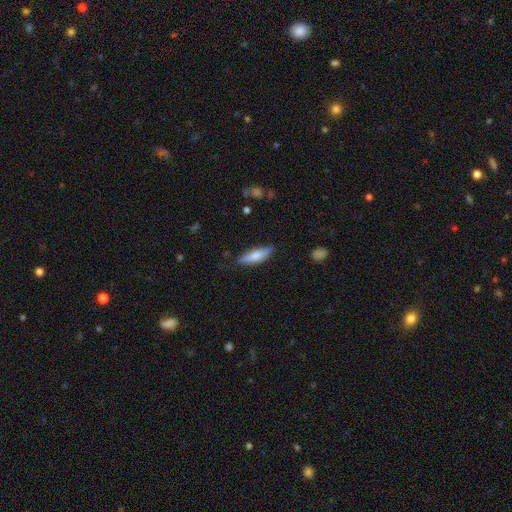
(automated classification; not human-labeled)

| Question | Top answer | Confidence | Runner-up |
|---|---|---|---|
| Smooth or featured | smooth | 65% | featured or disk (29%) |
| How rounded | cigar-shaped | 60% | in between (38%) |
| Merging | none | 77% | minor disturbance (18%) |